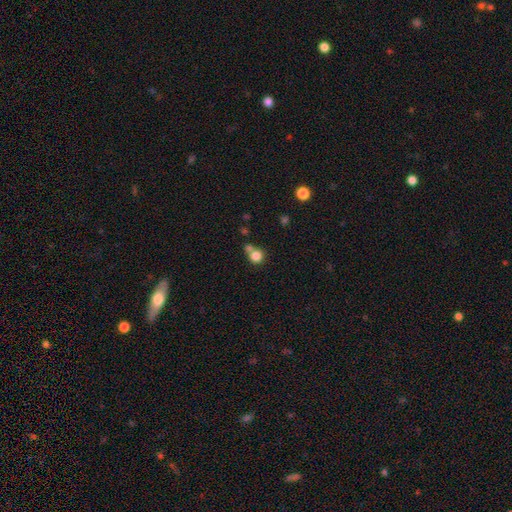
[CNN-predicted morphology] A smooth galaxy with no disk features (81%) that is round (90%). Merging: none (55%).